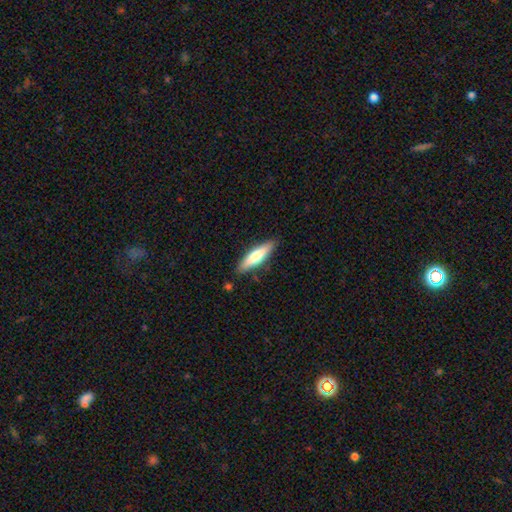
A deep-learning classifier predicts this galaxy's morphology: A smooth galaxy with no disk features (61%) that is cigar-shaped (69%).

Vote fractions:
- Smooth or featured? smooth: 61% / featured or disk: 33% / star or artifact: 6%
- How rounded? cigar-shaped: 69% / in between: 29% / round: 1%
- Merging? none: 86% / minor disturbance: 10% / major disturbance: 2% / merger: 2%